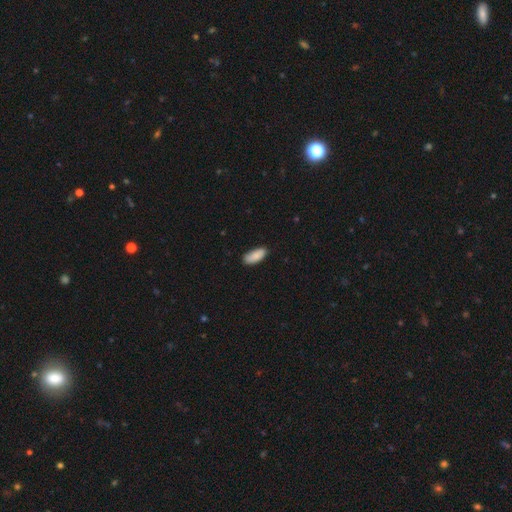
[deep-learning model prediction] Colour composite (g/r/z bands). It shows a smooth galaxy with no disk features (89%) that is in between round and cigar-shaped (85%). Merging: none (82%).